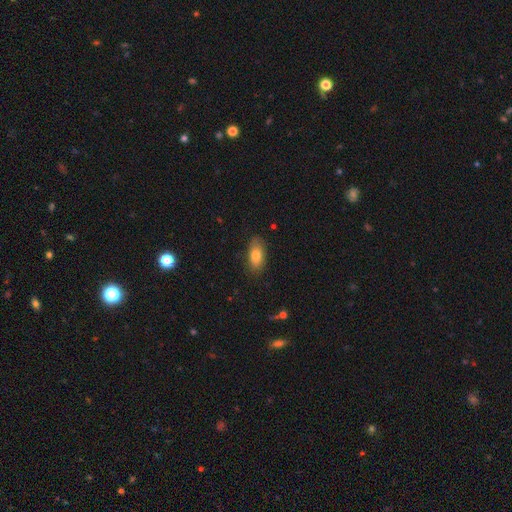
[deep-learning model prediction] Q: Smooth or featured?
A: smooth (78%); runner-up: featured or disk (15%)
Q: How rounded?
A: in between (88%); runner-up: cigar-shaped (8%)
Q: Merging?
A: none (80%); runner-up: minor disturbance (15%)